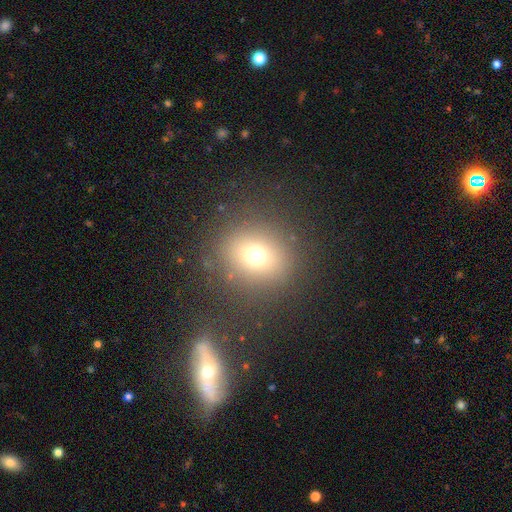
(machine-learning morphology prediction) smooth-or-featured: smooth: 71% | star or artifact: 17% | featured or disk: 12%
  how-rounded: round: 78% | in between: 21% | cigar-shaped: 1%
  merging: none: 83% | minor disturbance: 9% | major disturbance: 5% | merger: 4%